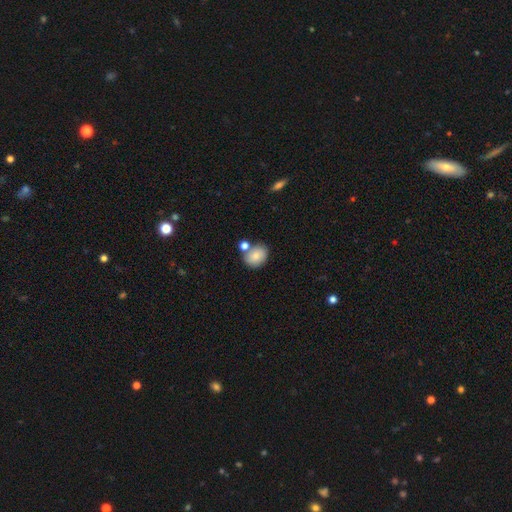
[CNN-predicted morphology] This appears to be a smooth galaxy with no disk features (82%) that is in between round and cigar-shaped (50%). Merging: none (59%).